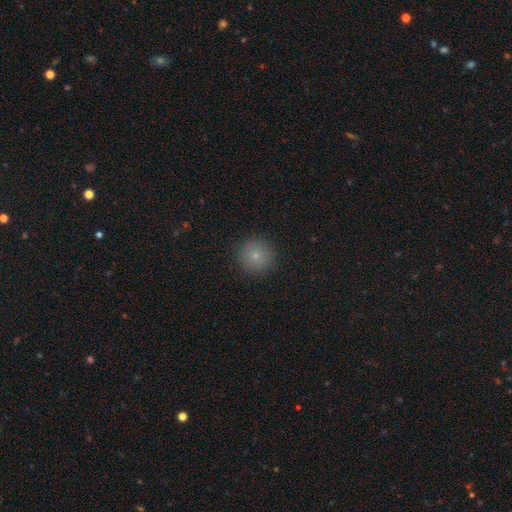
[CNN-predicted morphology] Smooth or featured? Predicted: smooth (p=0.79). How rounded? Predicted: round (p=0.95). Merging? Predicted: none (p=0.91).